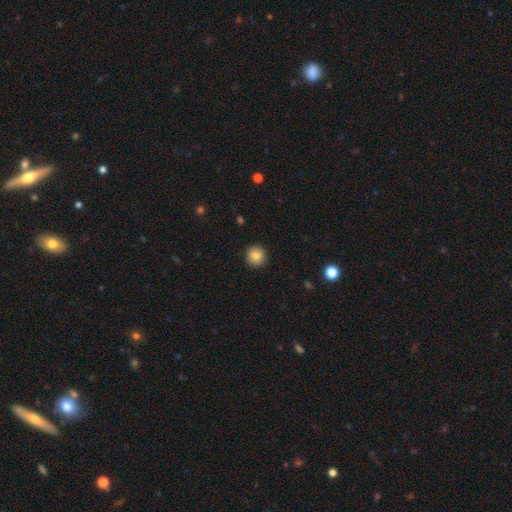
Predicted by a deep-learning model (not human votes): Overall: smooth (82%). How rounded: round (93%). Merging: none (91%).